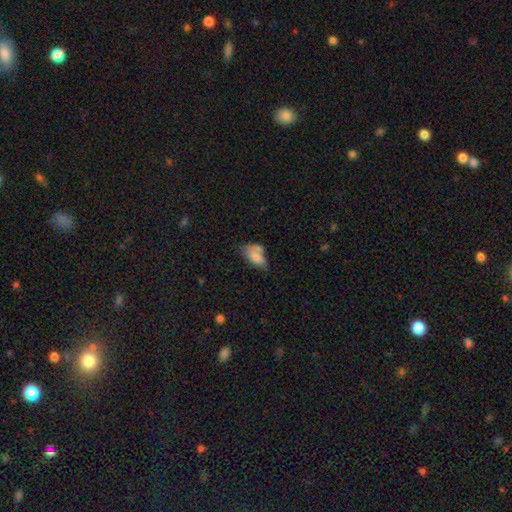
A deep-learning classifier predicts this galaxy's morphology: Q: Smooth or featured?
A: smooth (72%); runner-up: featured or disk (18%)
Q: How rounded?
A: in between (90%); runner-up: round (5%)
Q: Merging?
A: none (31%); runner-up: merger (30%)